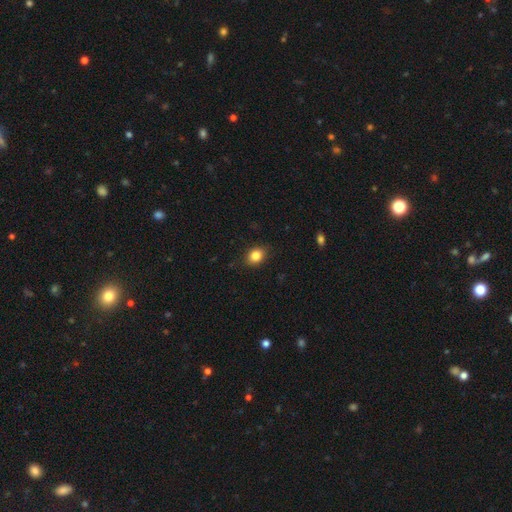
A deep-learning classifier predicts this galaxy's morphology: Smooth or featured: smooth — 84% (star or artifact — 10%)
How rounded: in between — 57% (round — 42%)
Merging: none — 85% (minor disturbance — 11%)